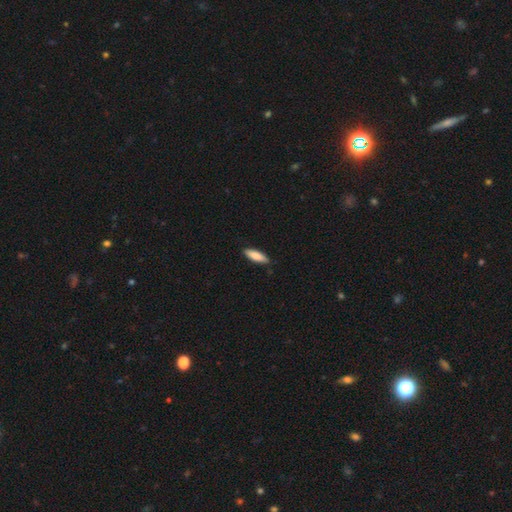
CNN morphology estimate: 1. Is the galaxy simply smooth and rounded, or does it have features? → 85% smooth, 10% featured or disk, 6% star or artifact.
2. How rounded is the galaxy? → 53% in between, 46% cigar-shaped, 2% round.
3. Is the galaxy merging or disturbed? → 86% none, 11% minor disturbance, 2% major disturbance, 1% merger.